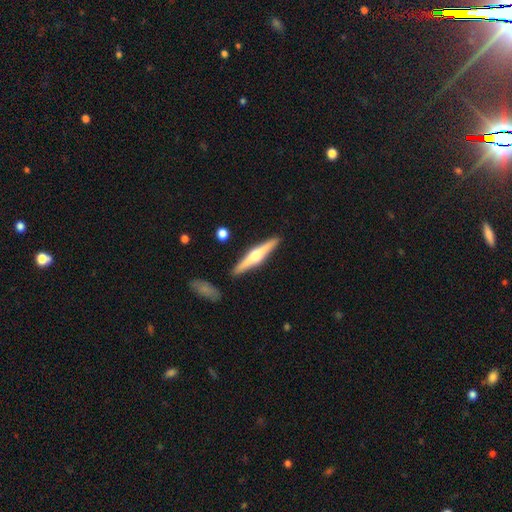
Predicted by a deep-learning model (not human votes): smooth_or_featured: featured or disk (p=0.69) [alt: smooth p=0.26]
disk_edge_on: yes (p=0.98) [alt: no p=0.02]
edge_on_bulge: rounded (p=0.94) [alt: boxy p=0.03]
merging: none (p=0.90) [alt: minor disturbance p=0.07]